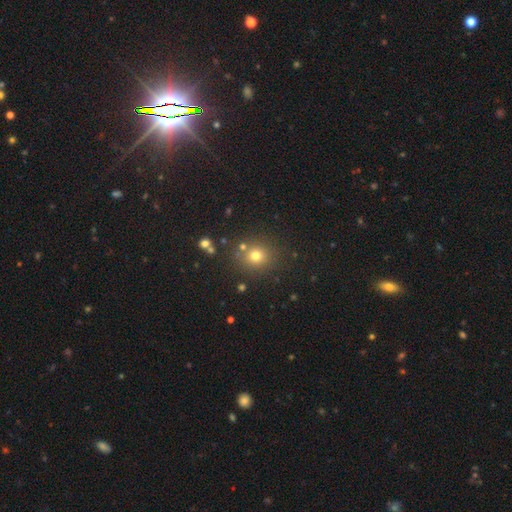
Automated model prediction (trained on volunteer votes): smooth_or_featured: smooth (p=0.73) [alt: star or artifact p=0.18]
how_rounded: round (p=0.86) [alt: in between p=0.13]
merging: none (p=0.81) [alt: minor disturbance p=0.09]